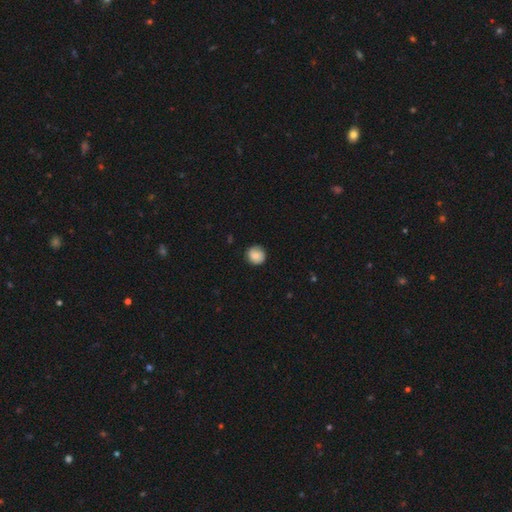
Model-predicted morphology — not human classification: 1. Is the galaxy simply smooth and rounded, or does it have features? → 84% smooth, 9% featured or disk, 7% star or artifact.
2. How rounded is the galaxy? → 91% round, 8% in between, 1% cigar-shaped.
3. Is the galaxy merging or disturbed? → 85% none, 12% minor disturbance, 2% major disturbance, 1% merger.